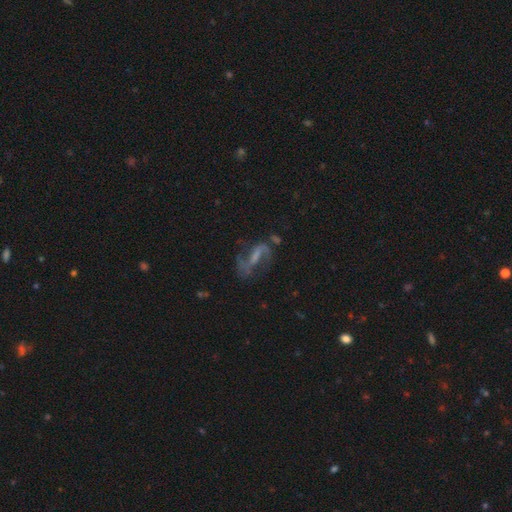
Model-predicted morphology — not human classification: The model was most divided on "bar": weak: 40%, strong: 38%, no: 22%. Remaining: edge-on disk — no (93%); spiral arms — yes (84%); spiral arm count — 2 (83%); smooth or featured — featured or disk (73%); spiral winding — loose (63%); merging — none (49%); bulge size — none (47%).